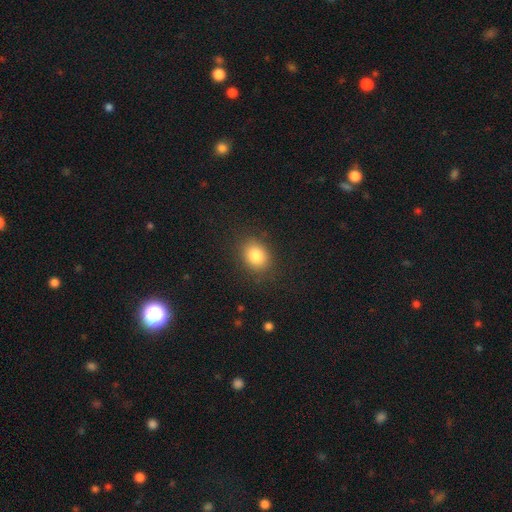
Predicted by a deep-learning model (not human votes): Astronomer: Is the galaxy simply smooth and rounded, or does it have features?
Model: smooth — 83%.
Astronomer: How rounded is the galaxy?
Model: in between — 53% (runner-up: round, 46%).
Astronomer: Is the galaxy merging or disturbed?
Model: none — 86%.